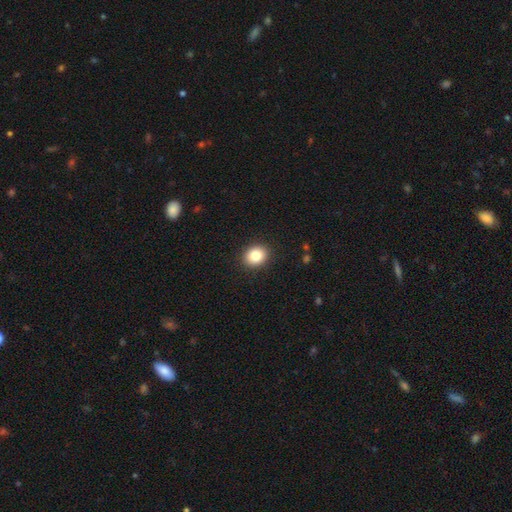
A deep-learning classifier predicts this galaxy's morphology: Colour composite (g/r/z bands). It shows a smooth galaxy with no disk features (83%) that is round (61%). Merging: none (91%).